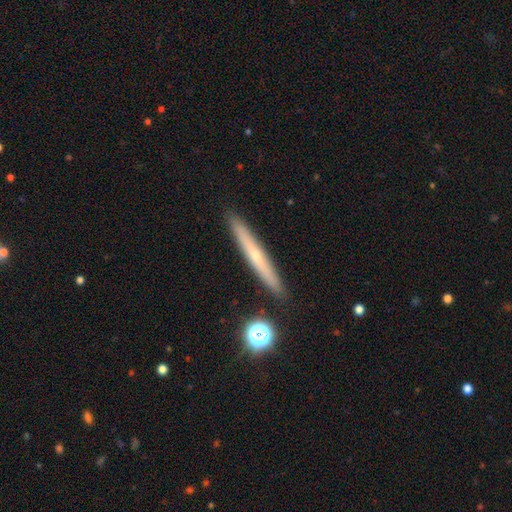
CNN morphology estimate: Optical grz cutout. It shows a featured or disk galaxy (51%) viewed edge-on (94%). Merging: none (91%).